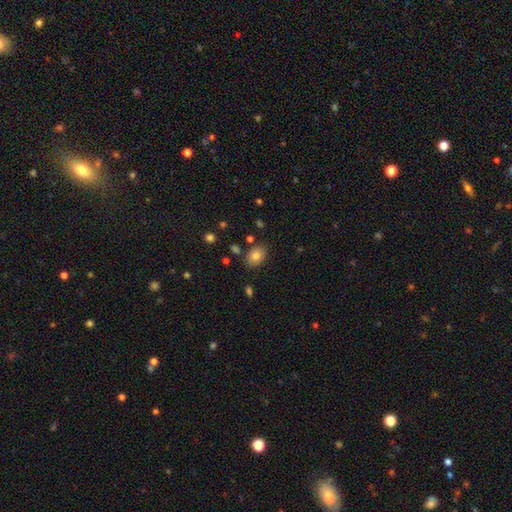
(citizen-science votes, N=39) Volunteers were most divided on "how rounded": in between: 70%, round: 30%, cigar-shaped: 0%. More confident: smooth or featured — smooth (85%); merging — none (83%).